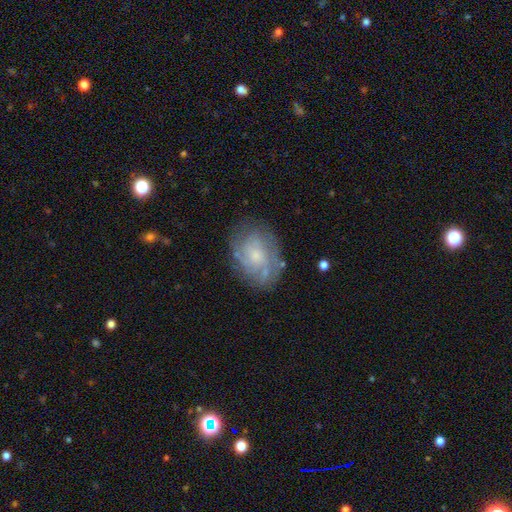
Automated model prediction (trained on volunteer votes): smooth_or_featured: featured or disk (p=0.66) [alt: smooth p=0.26]
disk_edge_on: no (p=0.97) [alt: yes p=0.03]
bar: no (p=0.76) [alt: weak p=0.22]
has_spiral_arms: yes (p=0.83) [alt: no p=0.17]
spiral_winding: tight (p=0.52) [alt: medium p=0.35]
spiral_arm_count: can't tell (p=0.48) [alt: 2 p=0.17]
bulge_size: small (p=0.56) [alt: moderate p=0.32]
merging: none (p=0.72) [alt: minor disturbance p=0.18]